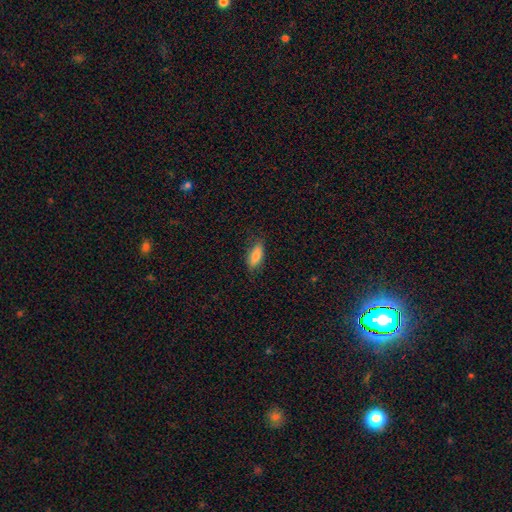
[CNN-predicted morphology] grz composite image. It shows a smooth galaxy with no disk features (85%) that is in between round and cigar-shaped (80%). Merging: none (77%).